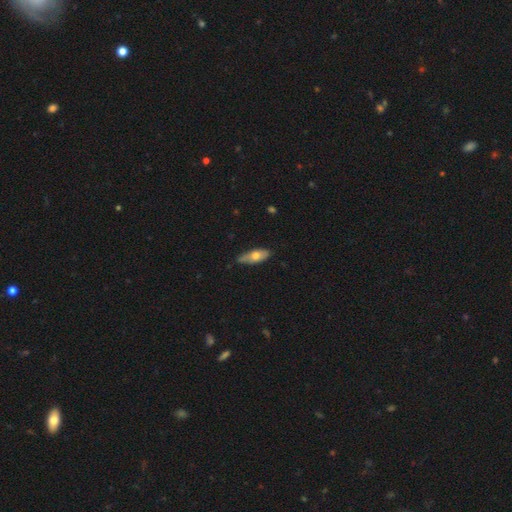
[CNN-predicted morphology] type=smooth (62%); roundness=in between (71%); merging=none (73%).